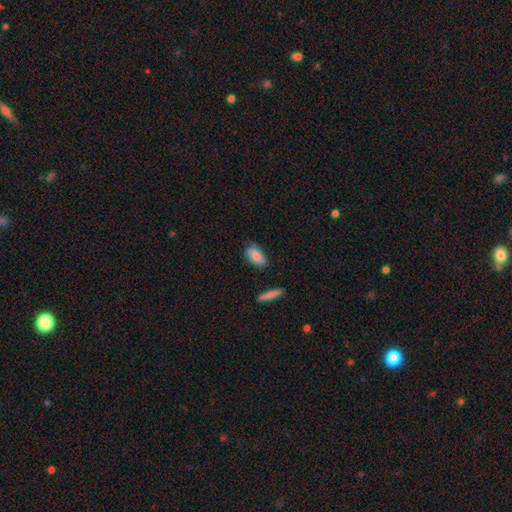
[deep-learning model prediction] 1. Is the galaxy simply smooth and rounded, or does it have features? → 79% smooth, 14% featured or disk, 7% star or artifact.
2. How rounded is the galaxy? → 89% in between, 6% cigar-shaped, 4% round.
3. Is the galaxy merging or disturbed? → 71% none, 22% minor disturbance, 4% major disturbance, 2% merger.